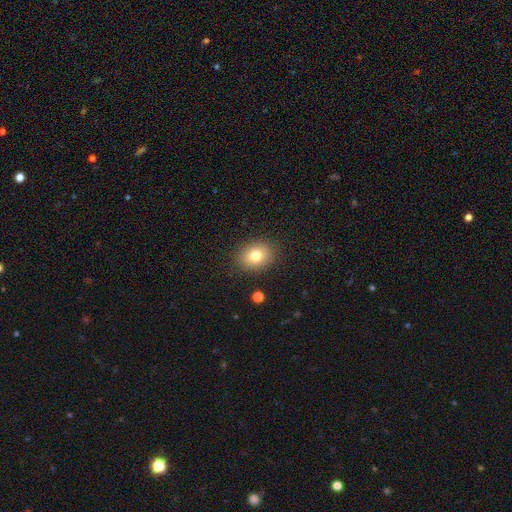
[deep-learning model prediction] smooth 79%, star or artifact 11%, featured or disk 10%. Down the decision tree: how rounded — in between (51%); merging — none (87%).